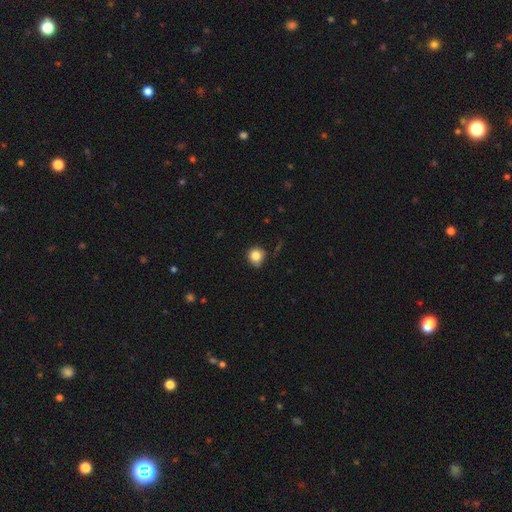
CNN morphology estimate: smooth-or-featured: smooth: 82% | star or artifact: 11% | featured or disk: 7%
  how-rounded: round: 88% | in between: 11% | cigar-shaped: 1%
  merging: none: 74% | minor disturbance: 20% | major disturbance: 4% | merger: 2%